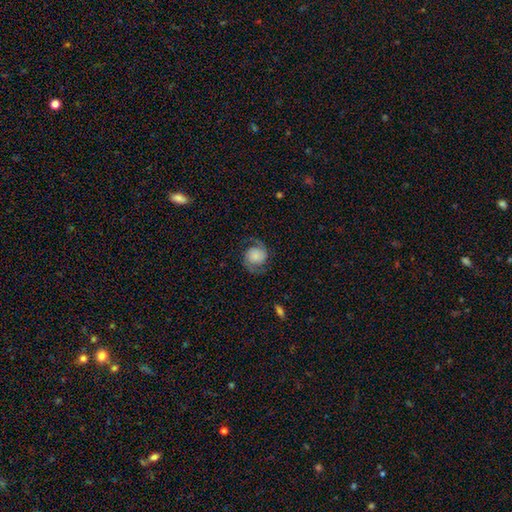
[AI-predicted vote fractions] Smooth or featured? Predicted: featured or disk (p=0.73). Edge-on disk? Predicted: no (p=0.98). Bar? Predicted: no (p=0.76). Spiral arms? Predicted: yes (p=0.96). Spiral winding? Predicted: medium (p=0.48). Spiral arm count? Predicted: 2 (p=0.94). Bulge size? Predicted: none (p=0.31). Merging? Predicted: none (p=0.79).